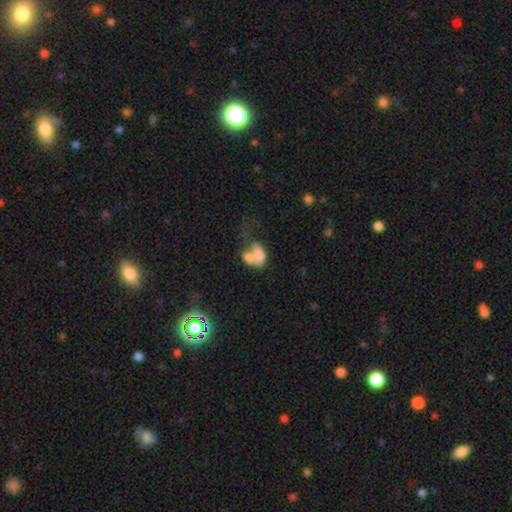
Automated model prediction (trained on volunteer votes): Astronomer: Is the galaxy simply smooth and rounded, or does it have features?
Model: smooth — 67%.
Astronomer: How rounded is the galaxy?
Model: in between — 81%.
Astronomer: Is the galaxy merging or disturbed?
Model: merger — 66%.